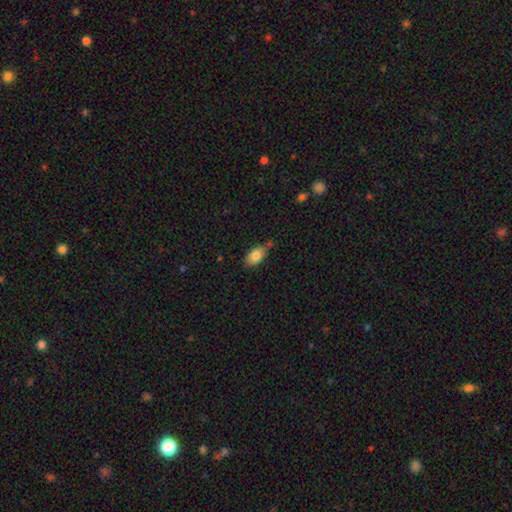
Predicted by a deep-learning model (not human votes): Smooth or featured?
  - smooth: 81% *
  - featured or disk: 11%
  - star or artifact: 8%
How rounded?
  - in between: 90% *
  - round: 6%
  - cigar-shaped: 4%
Merging?
  - none: 64% *
  - minor disturbance: 25%
  - merger: 7%
  - major disturbance: 4%